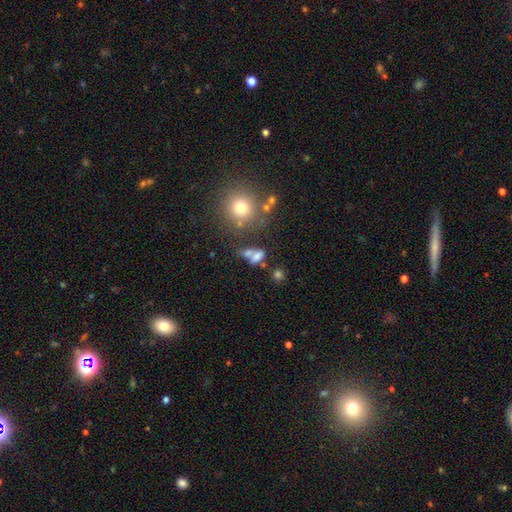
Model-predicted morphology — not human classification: smooth 65%, featured or disk 19%, star or artifact 16%. Down the decision tree: how rounded — in between (72%); merging — merger (41%).